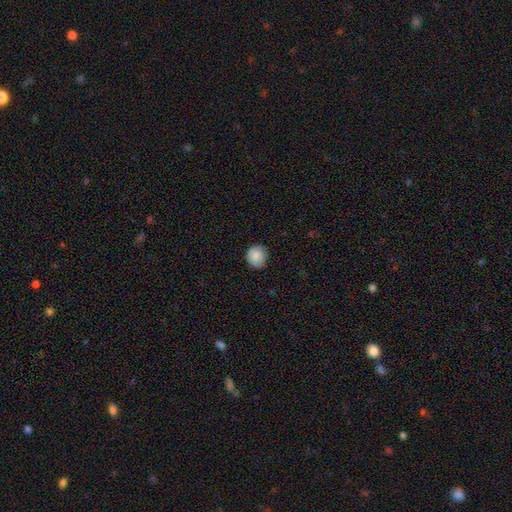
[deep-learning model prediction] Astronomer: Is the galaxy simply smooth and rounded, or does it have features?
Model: smooth — 87%.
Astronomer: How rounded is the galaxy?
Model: round — 86%.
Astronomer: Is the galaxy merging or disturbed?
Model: none — 84%.